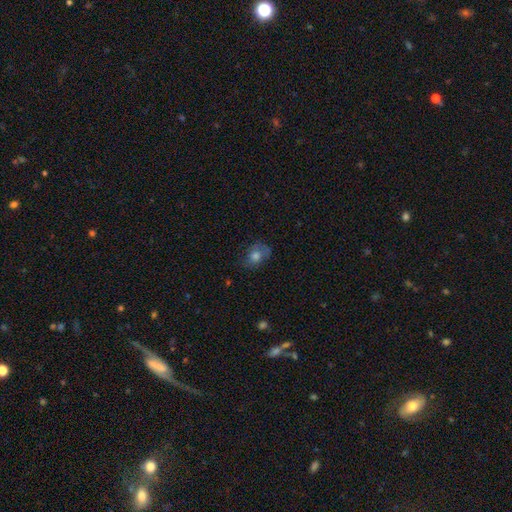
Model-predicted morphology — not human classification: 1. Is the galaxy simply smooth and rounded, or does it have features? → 65% smooth, 23% featured or disk, 12% star or artifact.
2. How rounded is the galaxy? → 57% in between, 41% round, 1% cigar-shaped.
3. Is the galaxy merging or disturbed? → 59% none, 26% minor disturbance, 13% major disturbance, 2% merger.